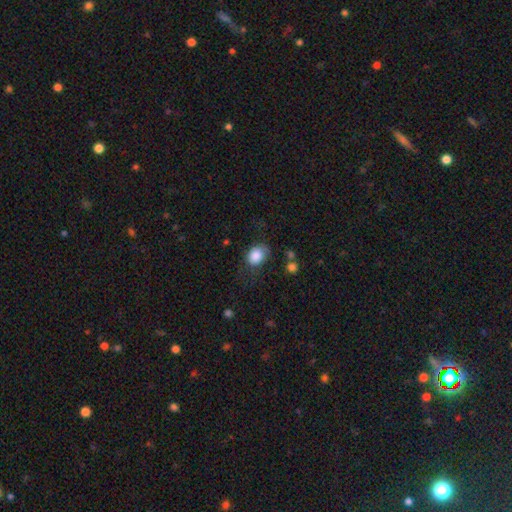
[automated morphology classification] smooth 85%, star or artifact 8%, featured or disk 6%. Down the decision tree: how rounded — in between (53%); merging — none (59%).